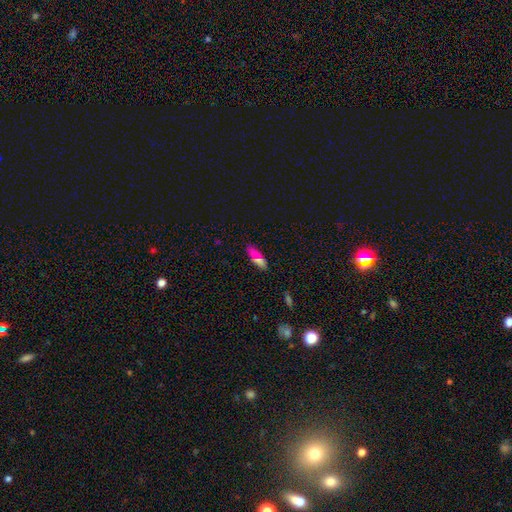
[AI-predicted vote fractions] Smooth or featured?
  - smooth: 74% *
  - star or artifact: 14%
  - featured or disk: 12%
How rounded?
  - in between: 51% *
  - cigar-shaped: 46%
  - round: 3%
Merging?
  - none: 81% *
  - minor disturbance: 14%
  - major disturbance: 3%
  - merger: 2%